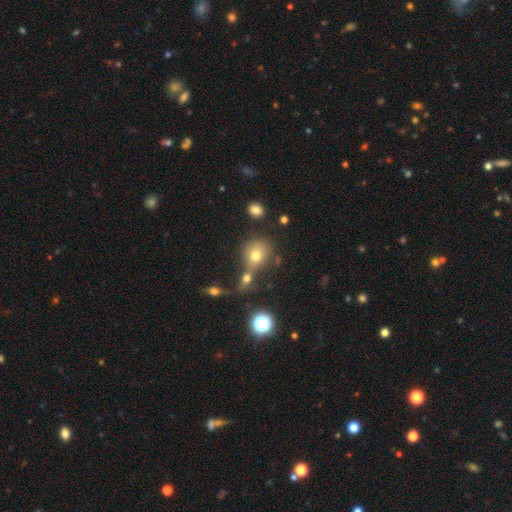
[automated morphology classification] smooth_or_featured: smooth (p=0.71) [alt: star or artifact p=0.16]
how_rounded: round (p=0.73) [alt: in between p=0.26]
merging: none (p=0.47) [alt: merger p=0.35]